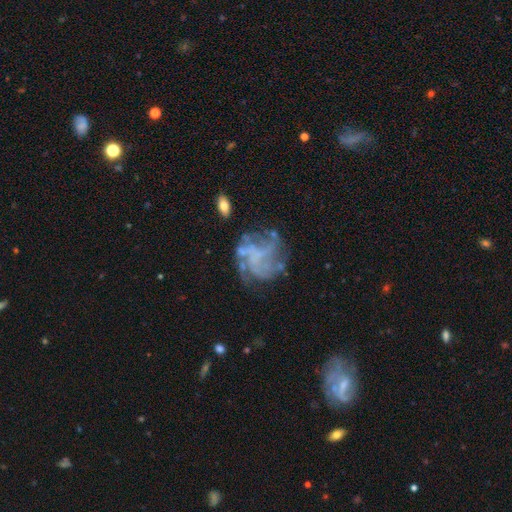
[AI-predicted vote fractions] Q: Smooth or featured?
A: featured or disk (71%); runner-up: smooth (17%)
Q: Edge-on disk?
A: no (98%); runner-up: yes (2%)
Q: Bar?
A: no (76%); runner-up: weak (19%)
Q: Spiral arms?
A: yes (69%); runner-up: no (31%)
Q: Bulge size?
A: none (76%); runner-up: small (13%)
Q: Merging?
A: none (52%); runner-up: major disturbance (24%)